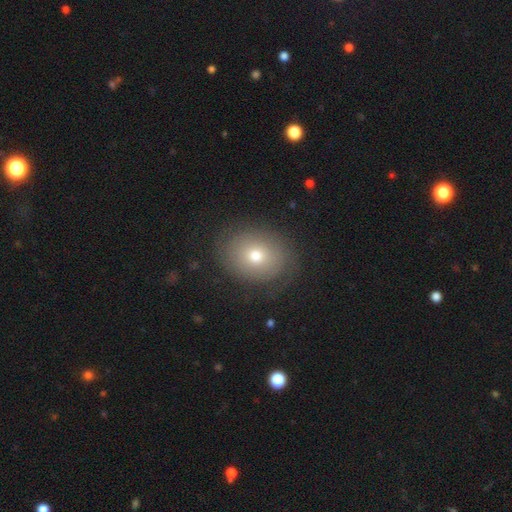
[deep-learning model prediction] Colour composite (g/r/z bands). It shows a smooth galaxy with no disk features (68%) that is round (52%). Merging: none (79%).